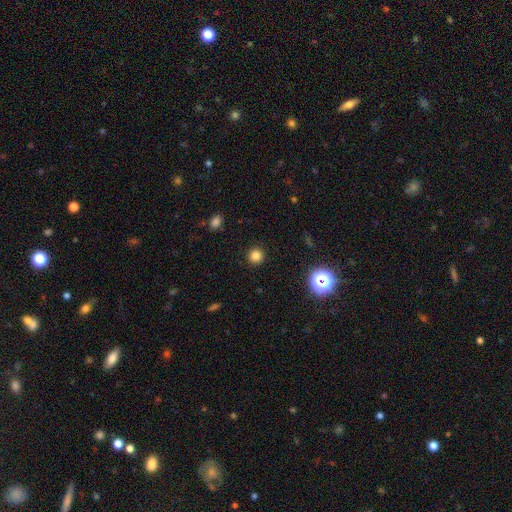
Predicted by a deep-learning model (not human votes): Smooth or featured? smooth (80%)
How rounded? round (95%)
Merging? none (92%)